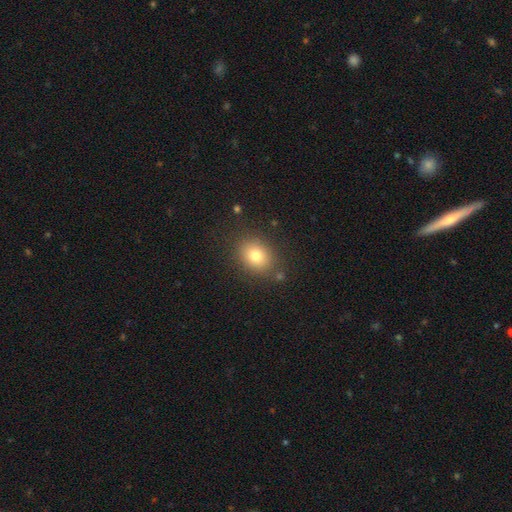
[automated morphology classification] Smooth or featured?
  - smooth: 79% *
  - star or artifact: 12%
  - featured or disk: 10%
How rounded?
  - round: 52% *
  - in between: 47%
  - cigar-shaped: 1%
Merging?
  - none: 83% *
  - minor disturbance: 10%
  - major disturbance: 3%
  - merger: 3%